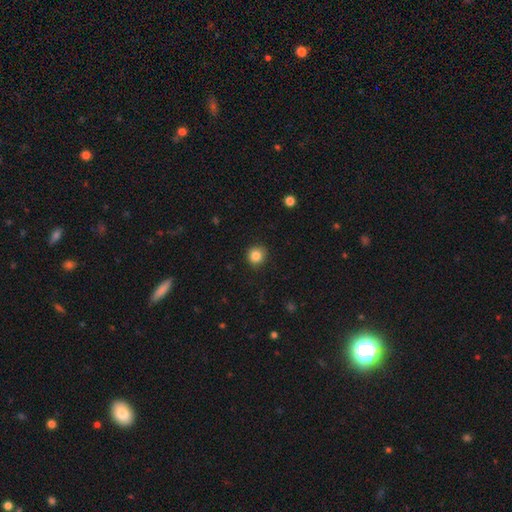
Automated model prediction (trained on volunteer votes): smooth 84%, star or artifact 11%, featured or disk 5%. Down the decision tree: how rounded — round (91%); merging — none (90%).